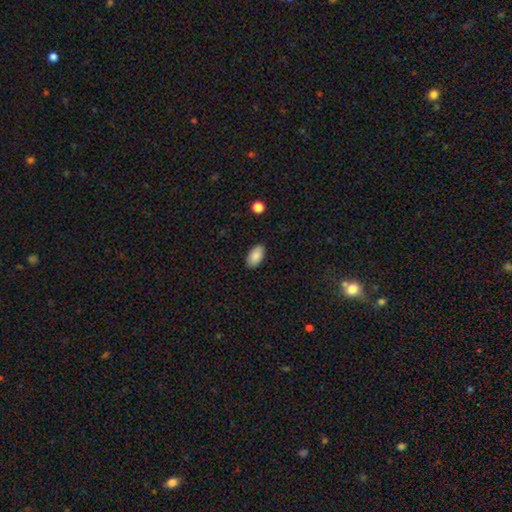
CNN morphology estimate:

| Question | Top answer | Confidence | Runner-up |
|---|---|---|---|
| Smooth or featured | smooth | 88% | star or artifact (7%) |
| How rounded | in between | 95% | round (3%) |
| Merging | none | 88% | minor disturbance (9%) |